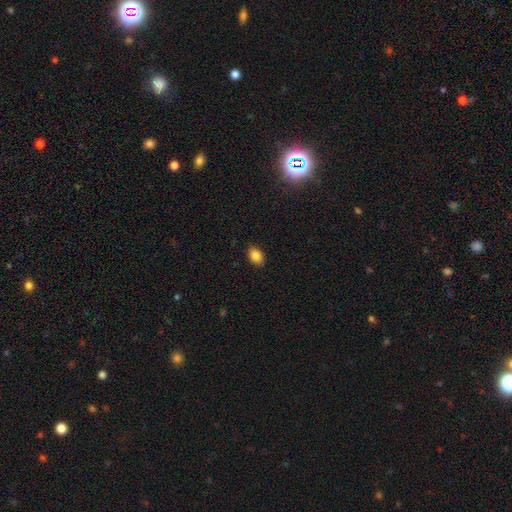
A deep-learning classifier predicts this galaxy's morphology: Smooth or featured? Predicted: smooth (p=0.85). How rounded? Predicted: in between (p=0.76). Merging? Predicted: none (p=0.89).